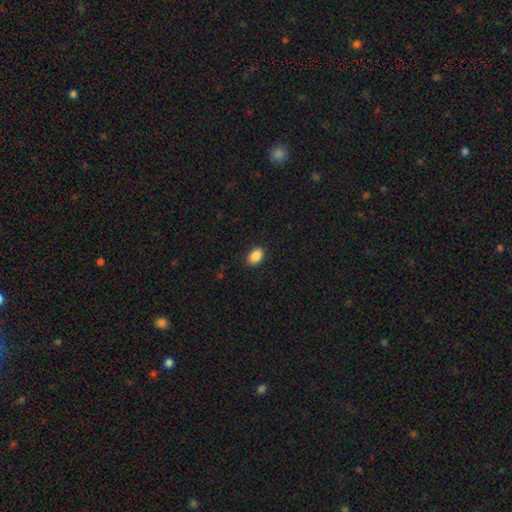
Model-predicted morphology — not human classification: A smooth galaxy with no disk features (89%) that is in between round and cigar-shaped (87%). Merging: none (89%).